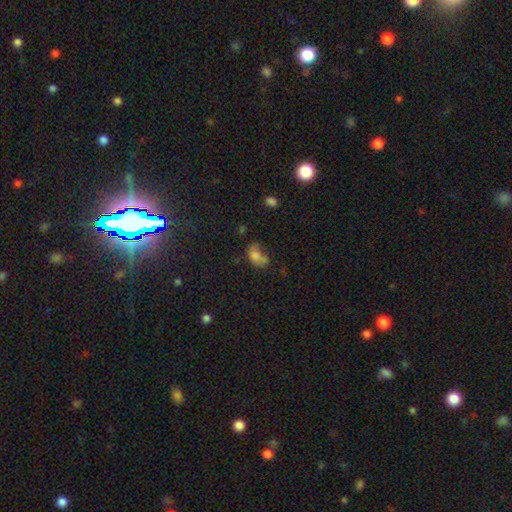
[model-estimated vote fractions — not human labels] A smooth galaxy with no disk features (69%) that is in between round and cigar-shaped (83%). Merging: none (30%).